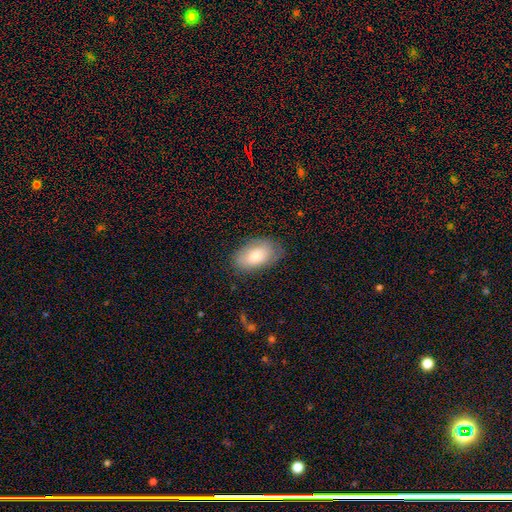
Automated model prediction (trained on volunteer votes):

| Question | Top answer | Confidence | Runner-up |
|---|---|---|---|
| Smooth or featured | smooth | 74% | featured or disk (19%) |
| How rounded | in between | 92% | round (6%) |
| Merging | none | 79% | minor disturbance (16%) |